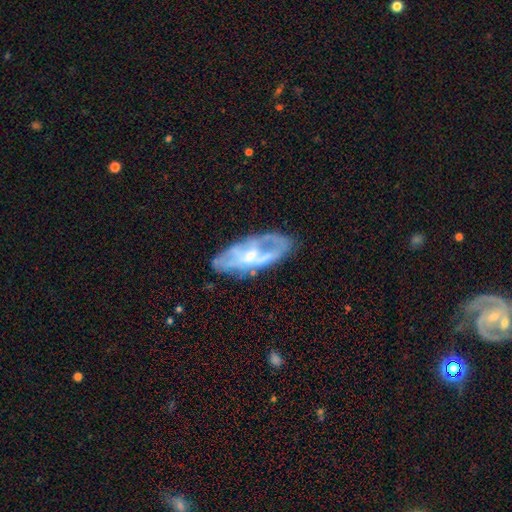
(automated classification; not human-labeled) Smooth or featured? featured or disk (65%)
Edge-on disk? no (82%)
Bar? no (64%)
Spiral arms? no (51%)
Bulge size? small (48%)
Merging? none (61%)